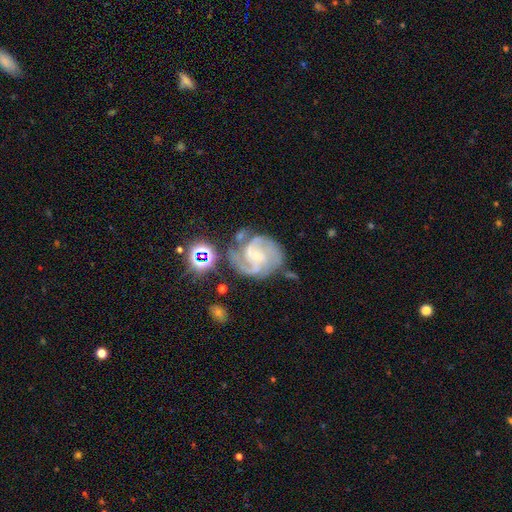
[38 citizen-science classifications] Volunteers were most divided on "bar": no: 53%, weak: 38%, strong: 9%. Remaining: edge-on disk — no (100%); spiral arms — yes (100%); smooth or featured — featured or disk (89%); spiral arm count — 2 (79%); bulge size — small (59%); spiral winding — medium (53%); merging — none (46%).